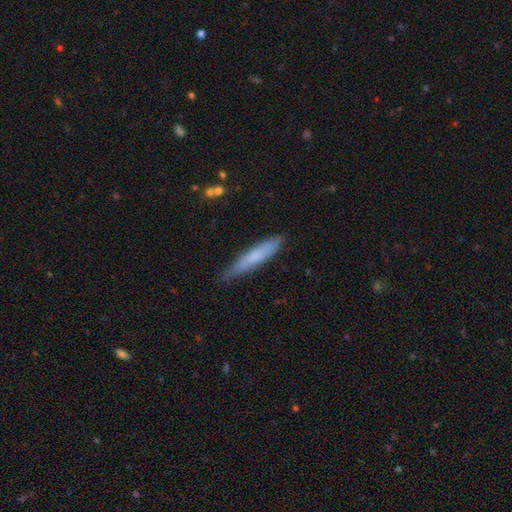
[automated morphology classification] The model was most divided on "smooth or featured": smooth: 66%, featured or disk: 28%, star or artifact: 6%. More confident: how rounded — cigar-shaped (92%); merging — none (78%).